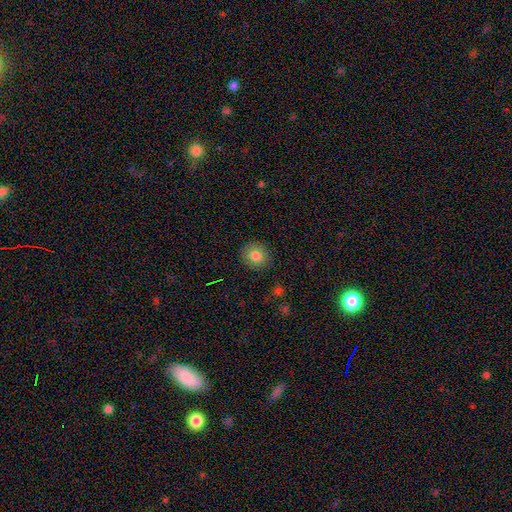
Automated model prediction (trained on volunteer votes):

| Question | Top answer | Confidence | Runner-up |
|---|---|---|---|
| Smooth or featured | smooth | 81% | featured or disk (10%) |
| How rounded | round | 82% | in between (17%) |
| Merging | none | 89% | minor disturbance (8%) |